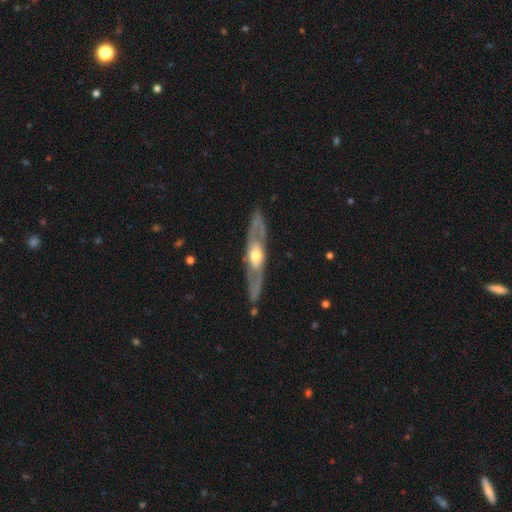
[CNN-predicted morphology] Smooth or featured: featured or disk — 75% (smooth — 20%)
Edge-on disk: no — 51% (yes — 49%)
Merging: none — 84% (minor disturbance — 11%)